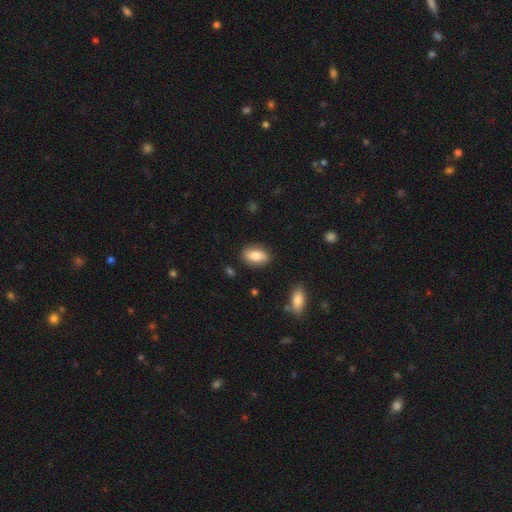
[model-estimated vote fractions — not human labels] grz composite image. It shows a smooth galaxy with no disk features (74%) that is in between round and cigar-shaped (86%). Merging: none (84%).